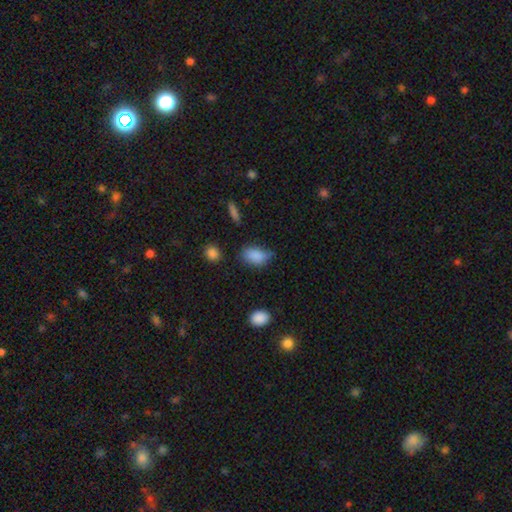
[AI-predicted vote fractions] Smooth or featured: smooth — 83% (star or artifact — 9%)
How rounded: in between — 86% (round — 12%)
Merging: none — 47% (minor disturbance — 39%)